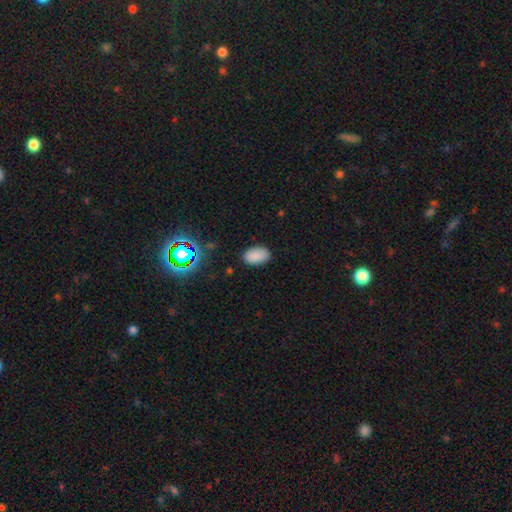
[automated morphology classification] This is clearly a smooth galaxy (84%). How rounded: clearly in between (93%). Merging: clearly none (86%).